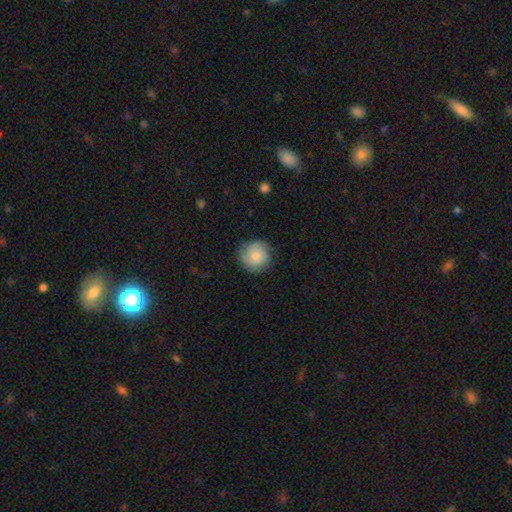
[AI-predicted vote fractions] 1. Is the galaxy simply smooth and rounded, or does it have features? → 63% smooth, 30% featured or disk, 7% star or artifact.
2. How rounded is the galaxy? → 92% round, 7% in between, 1% cigar-shaped.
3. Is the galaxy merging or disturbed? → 78% none, 16% minor disturbance, 4% major disturbance, 1% merger.